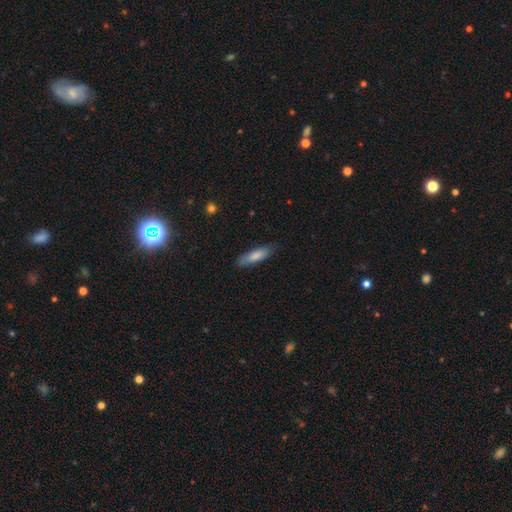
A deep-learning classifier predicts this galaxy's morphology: This appears to be a smooth galaxy with no disk features (79%) that is cigar-shaped (63%). Merging: none (80%).